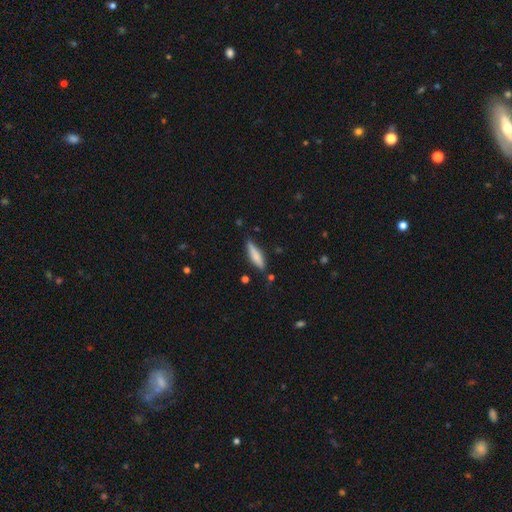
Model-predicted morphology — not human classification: Smooth or featured? smooth (74%)
How rounded? cigar-shaped (72%)
Merging? none (76%)